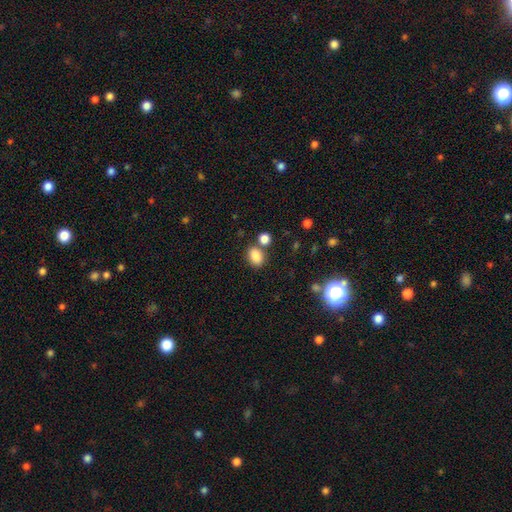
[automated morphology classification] Q: Smooth or featured?
A: smooth (84%); runner-up: star or artifact (11%)
Q: How rounded?
A: in between (69%); runner-up: round (29%)
Q: Merging?
A: none (66%); runner-up: merger (18%)